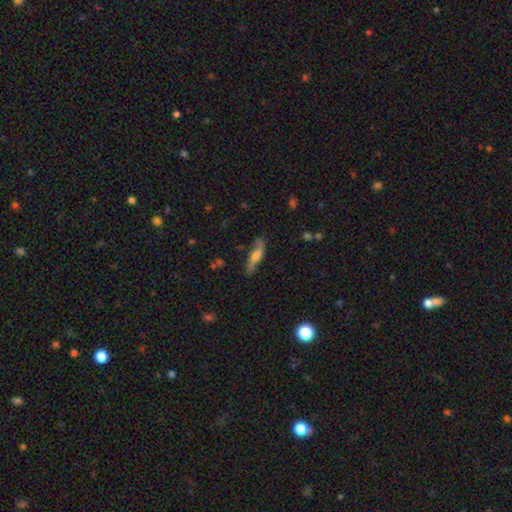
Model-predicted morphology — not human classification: A smooth galaxy with no disk features (56%) that is cigar-shaped (69%).

Vote fractions:
- Smooth or featured? smooth: 56% / featured or disk: 37% / star or artifact: 7%
- How rounded? cigar-shaped: 69% / in between: 29% / round: 3%
- Merging? none: 74% / minor disturbance: 19% / major disturbance: 5% / merger: 2%